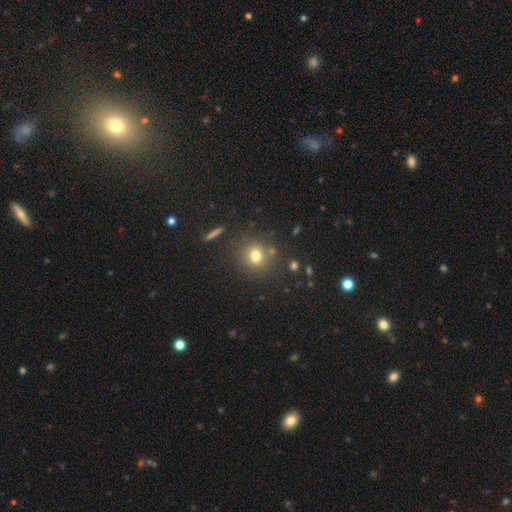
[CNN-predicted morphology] A smooth galaxy with no disk features (75%) that is round (83%).

Vote fractions:
- Smooth or featured? smooth: 75% / star or artifact: 15% / featured or disk: 10%
- How rounded? round: 83% / in between: 16% / cigar-shaped: 1%
- Merging? none: 80% / minor disturbance: 10% / merger: 6% / major disturbance: 4%